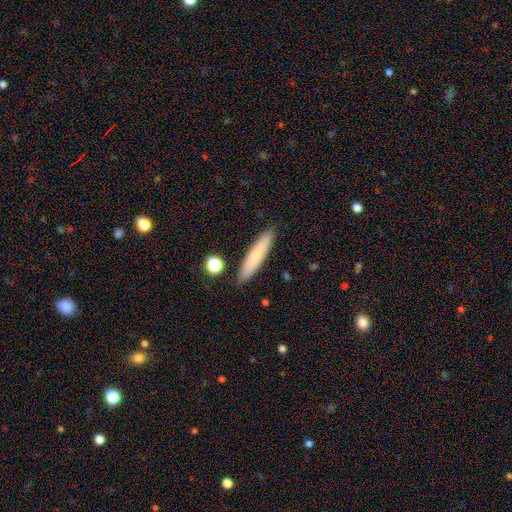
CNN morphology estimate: smooth_or_featured: smooth (p=0.73) [alt: featured or disk p=0.20]
how_rounded: cigar-shaped (p=0.88) [alt: in between p=0.11]
merging: none (p=0.88) [alt: minor disturbance p=0.08]